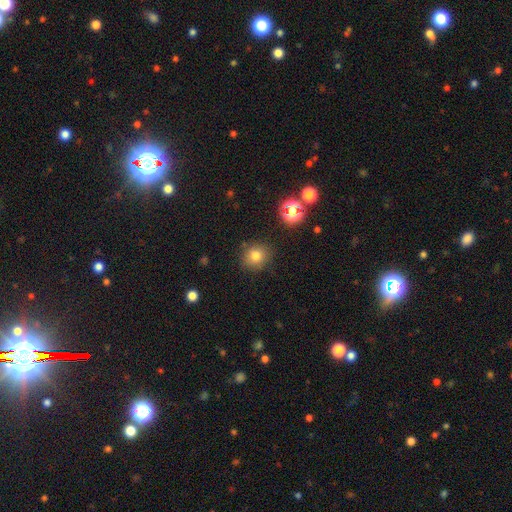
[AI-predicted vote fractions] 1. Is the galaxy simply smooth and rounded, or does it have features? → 76% smooth, 16% star or artifact, 8% featured or disk.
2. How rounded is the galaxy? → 83% round, 16% in between, 1% cigar-shaped.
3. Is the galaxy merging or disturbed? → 86% none, 9% minor disturbance, 3% major disturbance, 2% merger.